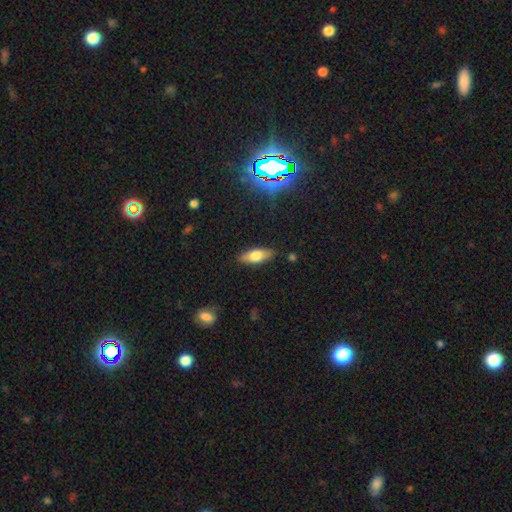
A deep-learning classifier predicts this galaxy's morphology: Smooth or featured?
  - smooth: 67% *
  - featured or disk: 24%
  - star or artifact: 8%
How rounded?
  - in between: 73% *
  - cigar-shaped: 24%
  - round: 3%
Merging?
  - none: 87% *
  - minor disturbance: 10%
  - major disturbance: 2%
  - merger: 1%